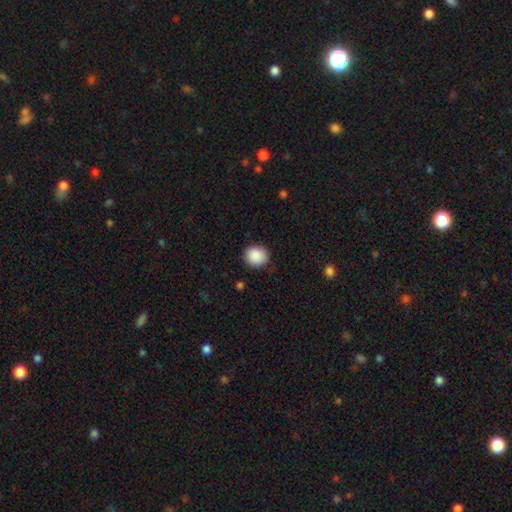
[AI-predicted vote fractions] smooth_or_featured: smooth (p=0.90) [alt: star or artifact p=0.08]
how_rounded: round (p=0.82) [alt: in between p=0.17]
merging: none (p=0.89) [alt: minor disturbance p=0.08]